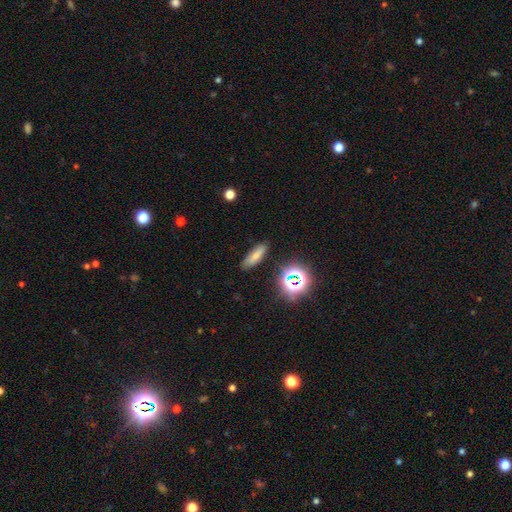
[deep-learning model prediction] This appears to be a smooth galaxy with no disk features (68%) that is cigar-shaped (49%). Merging: none (84%).